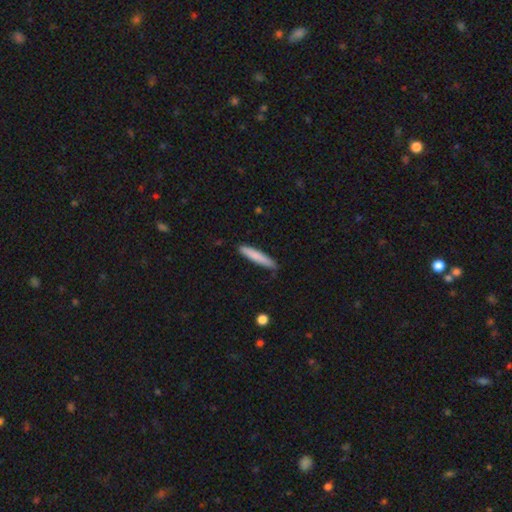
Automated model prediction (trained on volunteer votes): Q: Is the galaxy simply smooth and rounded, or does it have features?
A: smooth — 81%.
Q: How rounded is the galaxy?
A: cigar-shaped — 91%.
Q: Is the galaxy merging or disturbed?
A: none — 81%.